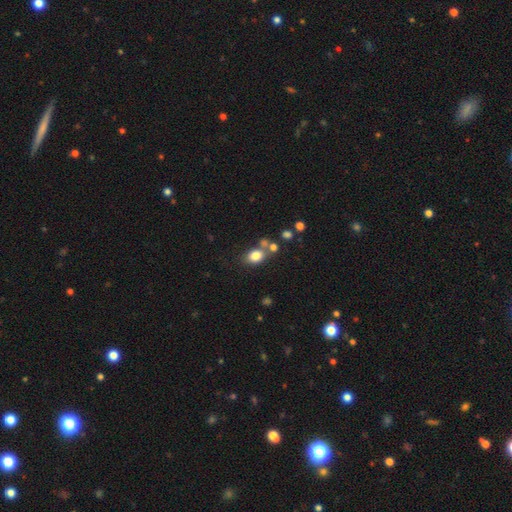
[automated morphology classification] smooth_or_featured: smooth (p=0.79) [alt: star or artifact p=0.11]
how_rounded: in between (p=0.62) [alt: round p=0.36]
merging: none (p=0.58) [alt: merger p=0.23]